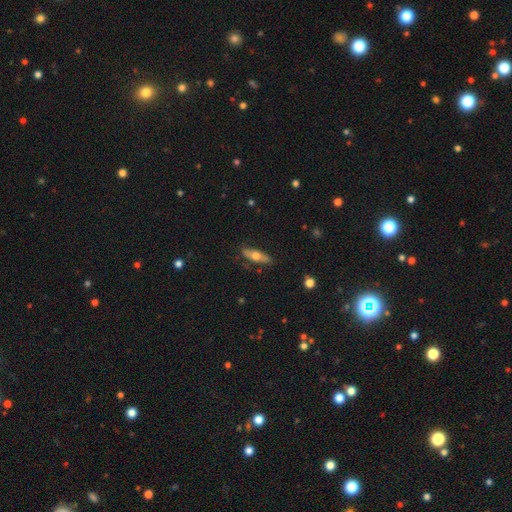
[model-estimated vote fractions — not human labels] Q: Smooth or featured?
A: smooth (54%); runner-up: featured or disk (40%)
Q: How rounded?
A: cigar-shaped (49%); runner-up: in between (48%)
Q: Merging?
A: none (79%); runner-up: minor disturbance (16%)